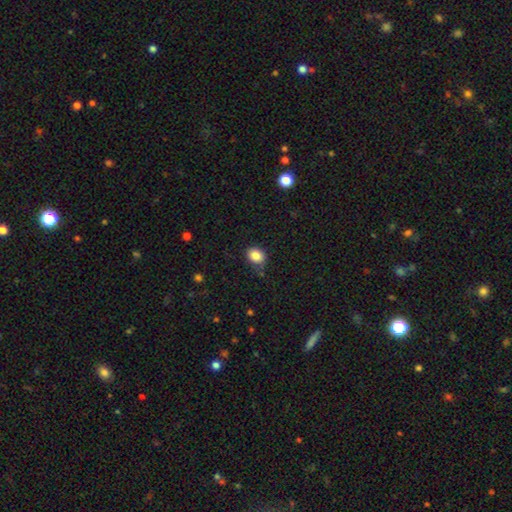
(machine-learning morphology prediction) Q: Smooth or featured?
A: smooth (84%); runner-up: star or artifact (10%)
Q: How rounded?
A: round (53%); runner-up: in between (46%)
Q: Merging?
A: none (73%); runner-up: minor disturbance (20%)